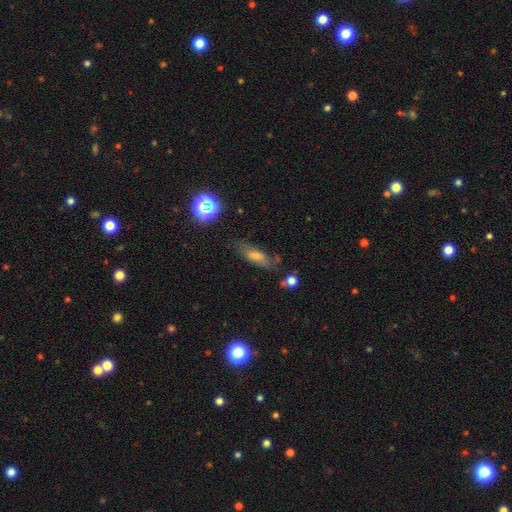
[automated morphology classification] Smooth or featured: smooth — 58% (featured or disk — 27%)
How rounded: in between — 57% (cigar-shaped — 38%)
Merging: none — 65% (minor disturbance — 22%)